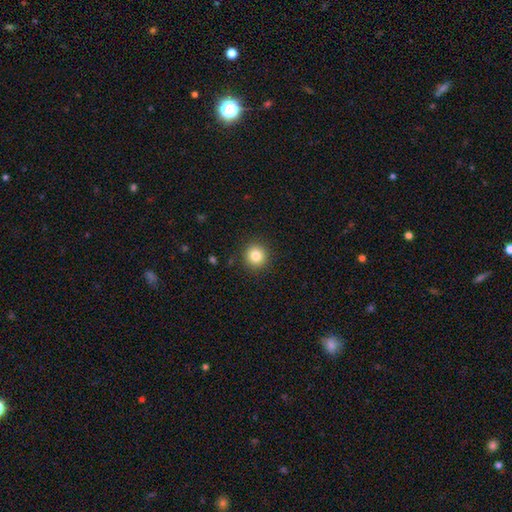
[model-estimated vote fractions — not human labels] This is clearly a smooth galaxy (82%). How rounded: clearly round (93%). Merging: clearly none (91%).